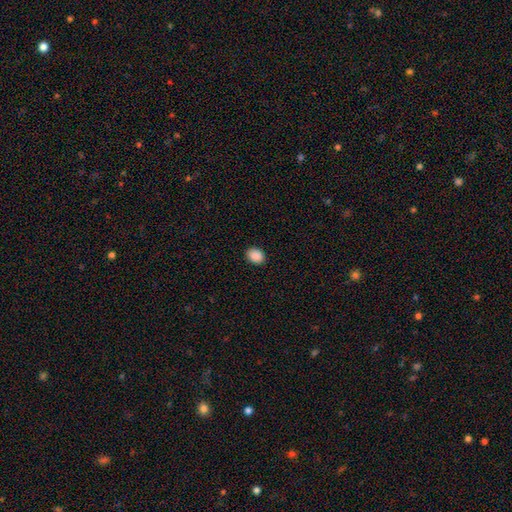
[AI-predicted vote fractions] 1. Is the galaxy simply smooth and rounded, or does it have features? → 90% smooth, 8% star or artifact, 2% featured or disk.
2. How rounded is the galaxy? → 62% in between, 37% round, 1% cigar-shaped.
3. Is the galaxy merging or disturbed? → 91% none, 7% minor disturbance, 2% major disturbance, 1% merger.